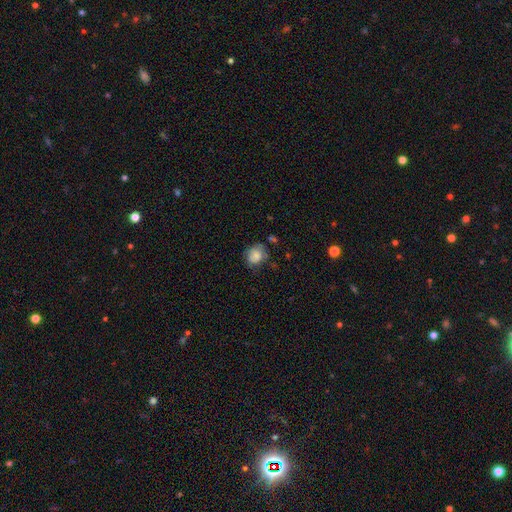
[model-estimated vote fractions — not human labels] smooth-or-featured: smooth: 72% | featured or disk: 19% | star or artifact: 9%
  how-rounded: round: 58% | in between: 41% | cigar-shaped: 1%
  merging: none: 52% | minor disturbance: 30% | major disturbance: 13% | merger: 5%